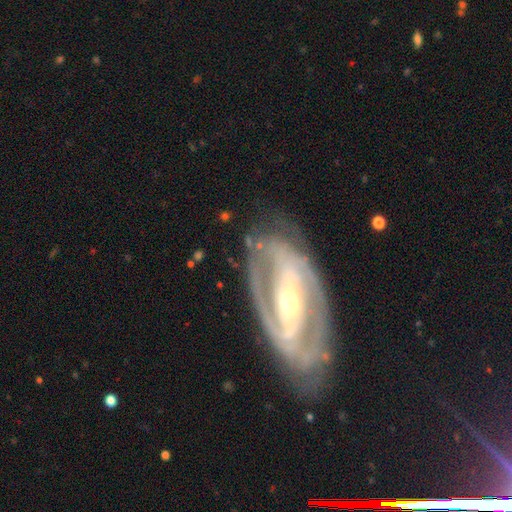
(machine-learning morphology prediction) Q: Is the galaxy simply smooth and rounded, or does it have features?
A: featured or disk — 88%.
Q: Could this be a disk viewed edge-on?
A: no — 93%.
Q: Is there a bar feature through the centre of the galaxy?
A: strong — 58%.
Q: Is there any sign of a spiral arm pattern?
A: yes — 88%.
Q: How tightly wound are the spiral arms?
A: tight — 48%.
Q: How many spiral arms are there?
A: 2 — 78%.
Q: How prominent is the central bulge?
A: small — 49%.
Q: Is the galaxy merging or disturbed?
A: none — 75%.